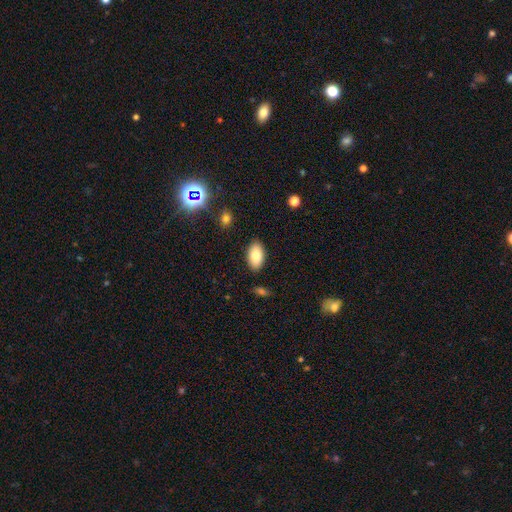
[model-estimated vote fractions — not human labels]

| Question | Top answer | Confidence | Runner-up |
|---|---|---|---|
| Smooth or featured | smooth | 82% | featured or disk (10%) |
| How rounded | in between | 94% | round (4%) |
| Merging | none | 87% | minor disturbance (9%) |